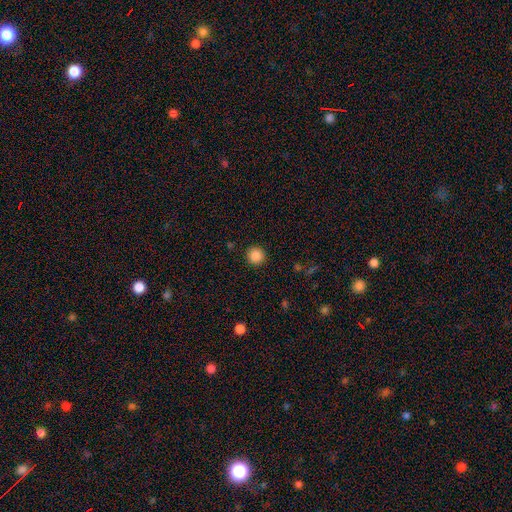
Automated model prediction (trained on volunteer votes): Morphology: type=smooth (87%); roundness=round (95%); merging=none (92%).